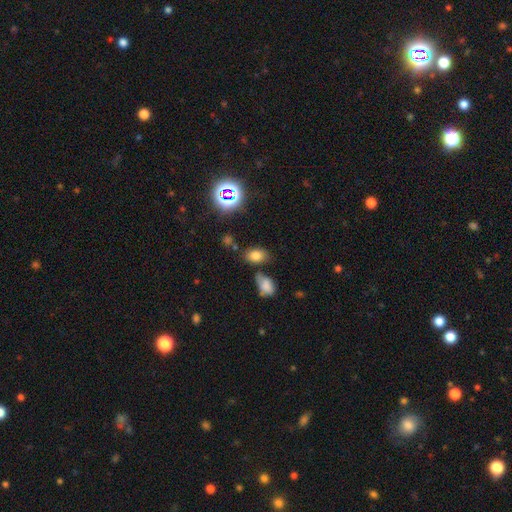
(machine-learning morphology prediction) Overall: smooth (74%). How rounded: in between (82%). Merging: none (68%).